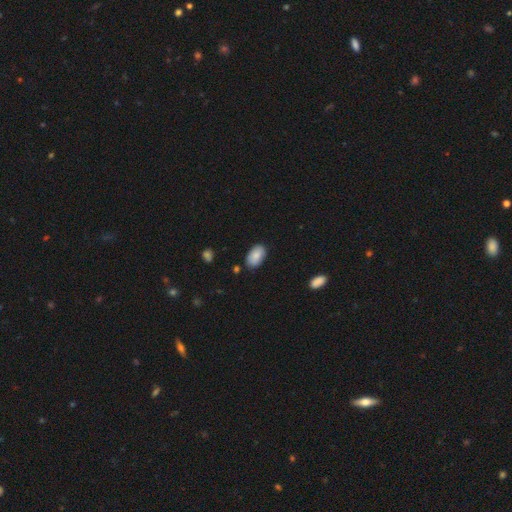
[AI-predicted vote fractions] smooth_or_featured: smooth (p=0.86) [alt: featured or disk p=0.08]
how_rounded: in between (p=0.94) [alt: round p=0.05]
merging: none (p=0.84) [alt: minor disturbance p=0.12]